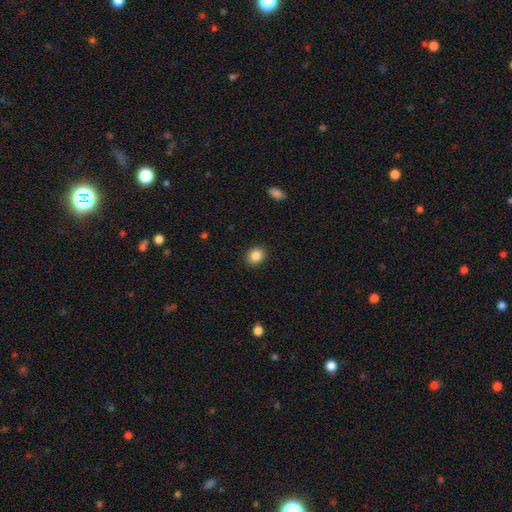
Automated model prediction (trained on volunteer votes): A smooth galaxy with no disk features (87%) that is round (64%).

Vote fractions:
- Smooth or featured? smooth: 87% / star or artifact: 9% / featured or disk: 4%
- How rounded? round: 64% / in between: 35% / cigar-shaped: 1%
- Merging? none: 90% / minor disturbance: 6% / major disturbance: 2% / merger: 1%